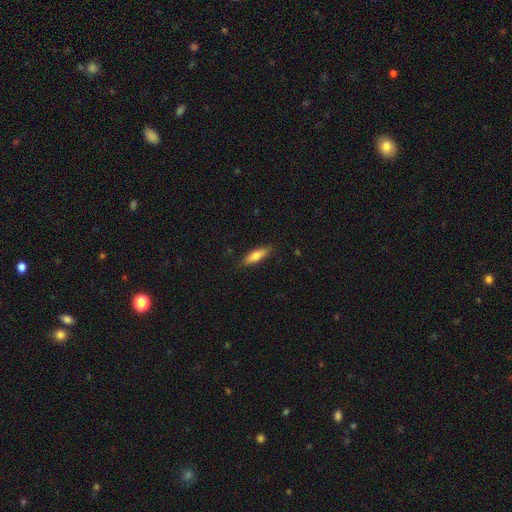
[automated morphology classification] A smooth galaxy with no disk features (71%) that is cigar-shaped (56%).

Vote fractions:
- Smooth or featured? smooth: 71% / featured or disk: 23% / star or artifact: 6%
- How rounded? cigar-shaped: 56% / in between: 42% / round: 2%
- Merging? none: 86% / minor disturbance: 11% / major disturbance: 2% / merger: 1%